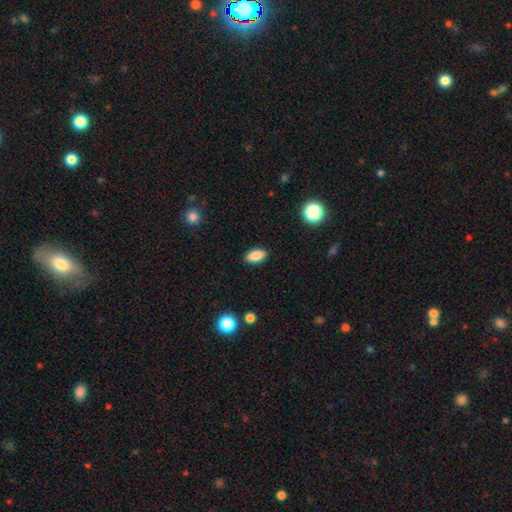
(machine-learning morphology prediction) Smooth or featured? smooth (86%)
How rounded? in between (90%)
Merging? none (89%)